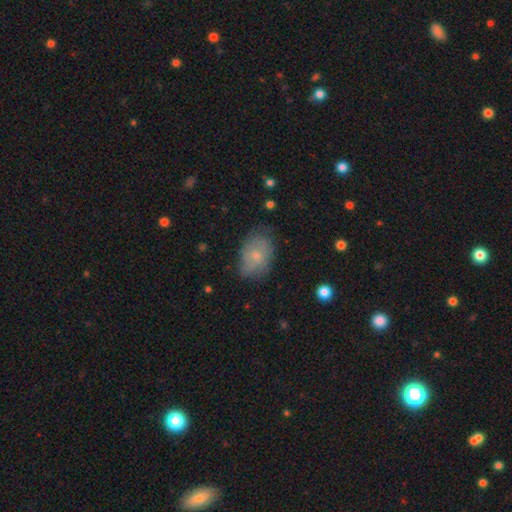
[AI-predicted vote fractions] smooth-or-featured: smooth: 61% | featured or disk: 30% | star or artifact: 8%
  how-rounded: in between: 83% | round: 15% | cigar-shaped: 1%
  merging: none: 62% | minor disturbance: 29% | major disturbance: 8% | merger: 2%